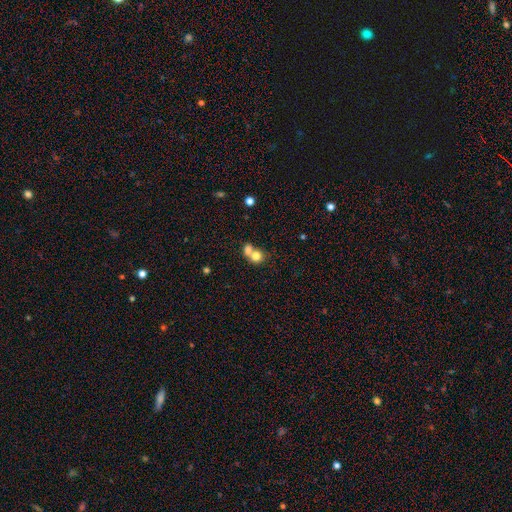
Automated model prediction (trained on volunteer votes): The model was most divided on "merging": merger: 61%, none: 30%, minor disturbance: 6%, major disturbance: 3%. More confident: smooth or featured — smooth (76%); how rounded — round (74%).